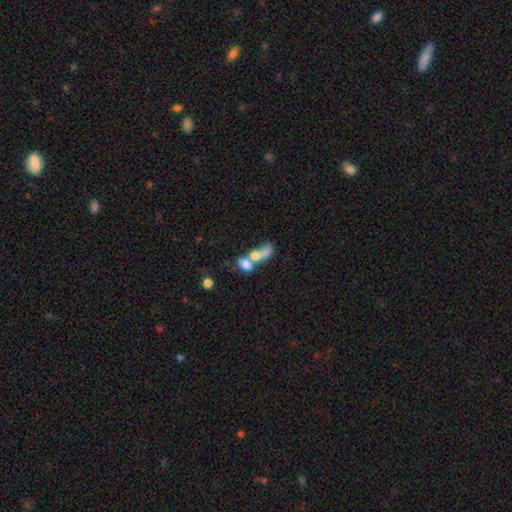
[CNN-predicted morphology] smooth-or-featured: smooth: 63% | featured or disk: 25% | star or artifact: 11%
  how-rounded: in between: 73% | round: 17% | cigar-shaped: 10%
  merging: merger: 74% | none: 11% | major disturbance: 9% | minor disturbance: 5%